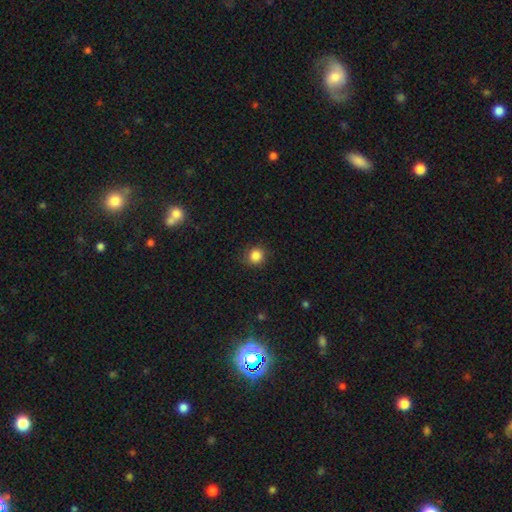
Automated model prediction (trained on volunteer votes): Q: Smooth or featured?
A: smooth (85%); runner-up: star or artifact (11%)
Q: How rounded?
A: round (89%); runner-up: in between (10%)
Q: Merging?
A: none (85%); runner-up: minor disturbance (11%)